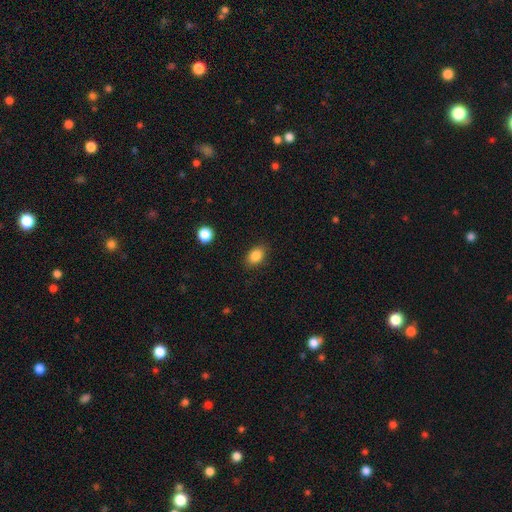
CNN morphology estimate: The model was most divided on "how rounded": in between: 78%, round: 21%, cigar-shaped: 1%. More confident: smooth or featured — smooth (86%); merging — none (85%).